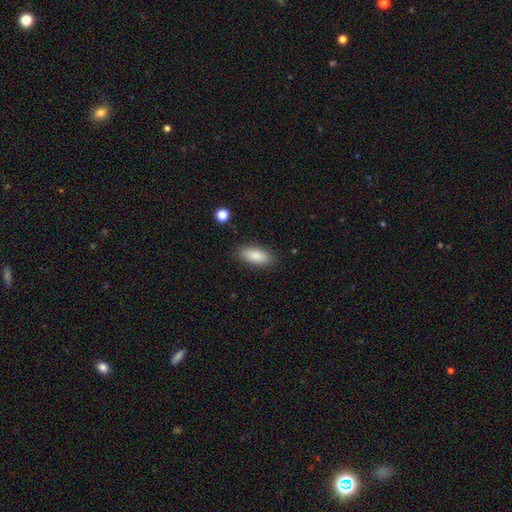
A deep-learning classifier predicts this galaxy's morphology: Q: Smooth or featured?
A: smooth (85%); runner-up: featured or disk (8%)
Q: How rounded?
A: in between (82%); runner-up: cigar-shaped (16%)
Q: Merging?
A: none (87%); runner-up: minor disturbance (9%)